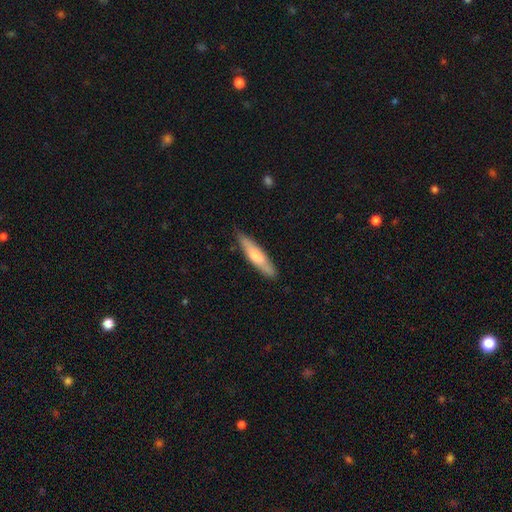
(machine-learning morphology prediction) Q: Smooth or featured?
A: smooth (60%); runner-up: featured or disk (35%)
Q: How rounded?
A: cigar-shaped (84%); runner-up: in between (15%)
Q: Merging?
A: none (85%); runner-up: minor disturbance (12%)